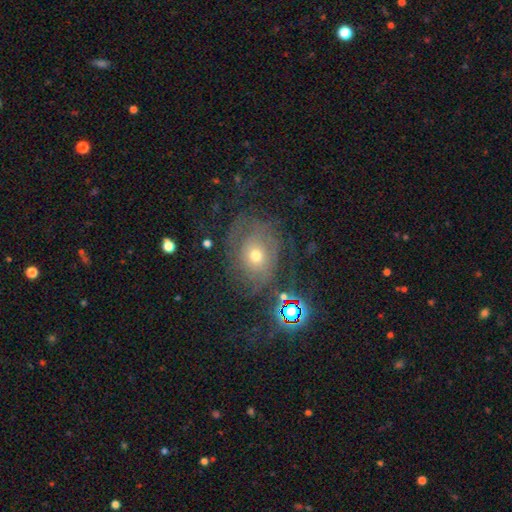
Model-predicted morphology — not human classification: Smooth or featured?
  - featured or disk: 57% *
  - smooth: 25%
  - star or artifact: 18%
Edge-on disk?
  - no: 95% *
  - yes: 5%
Bar?
  - no: 83% *
  - weak: 13%
  - strong: 3%
Spiral arms?
  - yes: 75% *
  - no: 25%
Bulge size?
  - moderate: 60% *
  - small: 33%
  - large: 4%
  - dominant: 1%
  - none: 1%
Merging?
  - none: 59% *
  - major disturbance: 19%
  - minor disturbance: 19%
  - merger: 3%